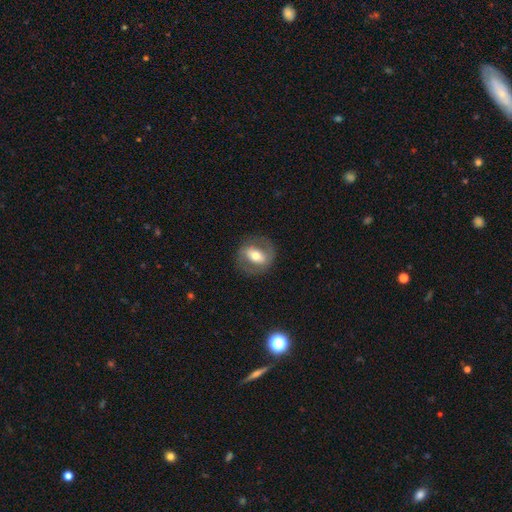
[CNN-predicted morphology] featured or disk 54%, smooth 39%, star or artifact 7%. Down the decision tree: edge-on disk — no (92%); merging — none (79%).